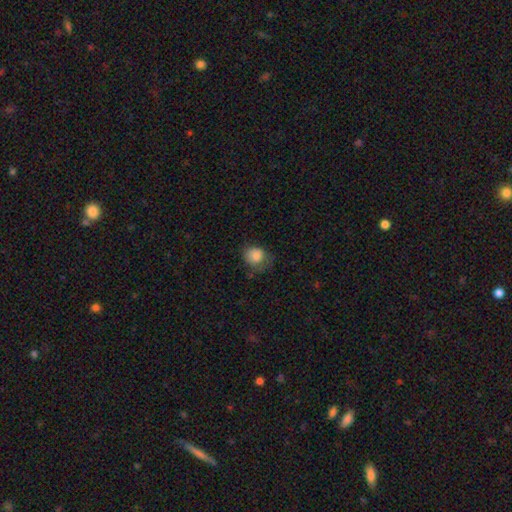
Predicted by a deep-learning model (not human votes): A smooth galaxy with no disk features (83%) that is round (68%). Merging: none (51%).